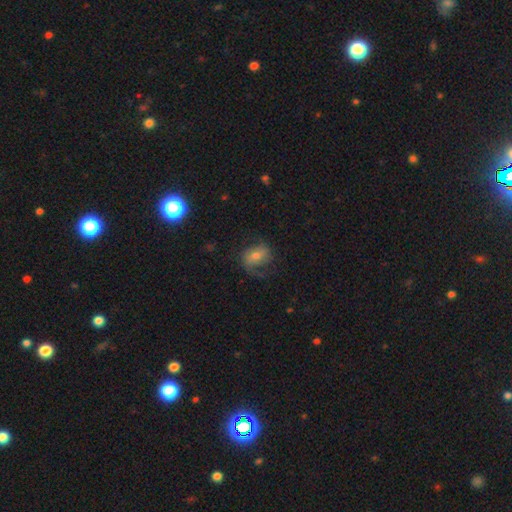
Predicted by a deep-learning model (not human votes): This is possibly a featured or disk galaxy (55%). It is clearly not viewed edge-on (96%). Bar: possibly no (46%). Spiral arm pattern: clearly yes (86%). Central bulge: possibly moderate (55%). Merging: possibly none (59%).